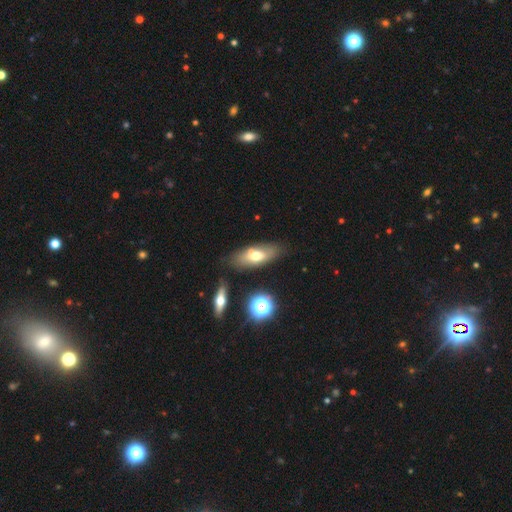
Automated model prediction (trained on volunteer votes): Overall: smooth (57%; featured or disk 33%). How rounded: in between (74%). Merging: none (69%).